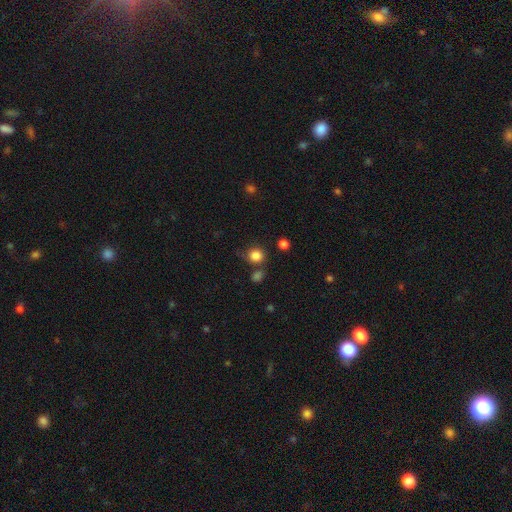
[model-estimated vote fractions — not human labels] Q: Smooth or featured?
A: smooth (84%); runner-up: star or artifact (12%)
Q: How rounded?
A: round (87%); runner-up: in between (12%)
Q: Merging?
A: none (70%); runner-up: minor disturbance (14%)